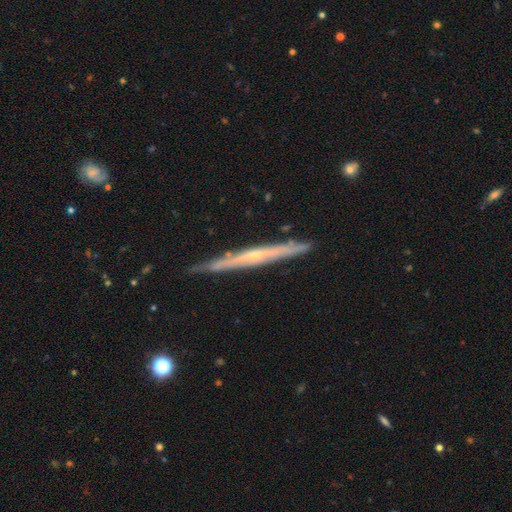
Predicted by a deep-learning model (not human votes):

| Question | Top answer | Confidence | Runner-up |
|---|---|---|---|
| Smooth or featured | featured or disk | 75% | smooth (20%) |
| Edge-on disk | yes | 95% | no (5%) |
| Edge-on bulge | rounded | 50% | none (47%) |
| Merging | none | 84% | minor disturbance (13%) |